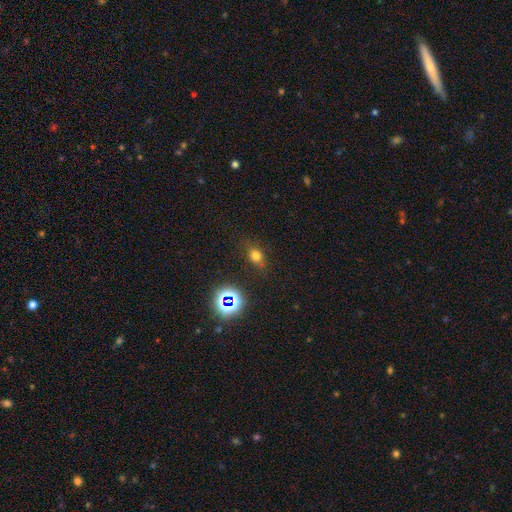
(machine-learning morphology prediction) Smooth or featured: smooth — 67% (star or artifact — 23%)
How rounded: in between — 58% (round — 38%)
Merging: none — 75% (minor disturbance — 17%)